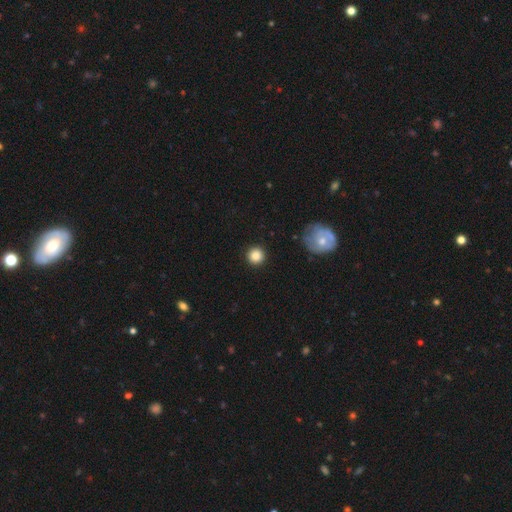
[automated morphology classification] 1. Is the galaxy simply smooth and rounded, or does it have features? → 86% smooth, 9% star or artifact, 5% featured or disk.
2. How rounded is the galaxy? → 95% round, 4% in between, 1% cigar-shaped.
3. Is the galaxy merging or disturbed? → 90% none, 7% minor disturbance, 2% major disturbance, 2% merger.